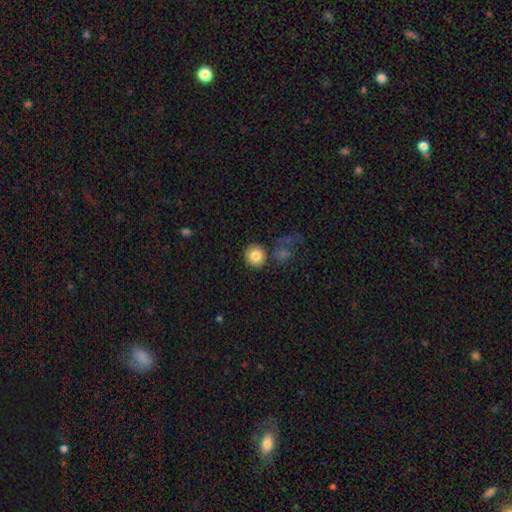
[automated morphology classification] Smooth or featured: smooth — 83% (star or artifact — 9%)
How rounded: round — 91% (in between — 8%)
Merging: none — 80% (minor disturbance — 9%)